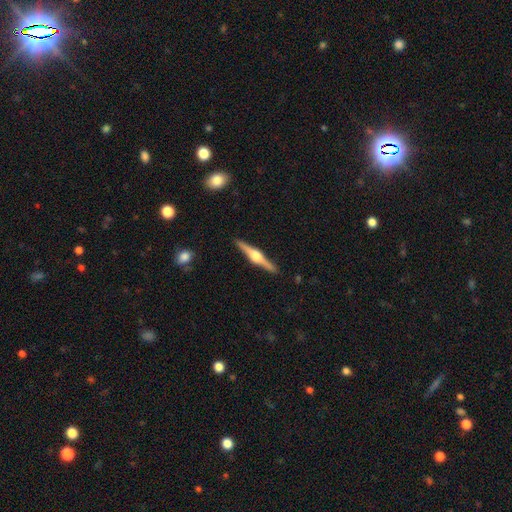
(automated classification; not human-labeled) This is clearly a featured or disk galaxy (82%). It is clearly viewed edge-on (98%). Edge-on bulge: clearly rounded (94%). Merging: clearly none (91%).